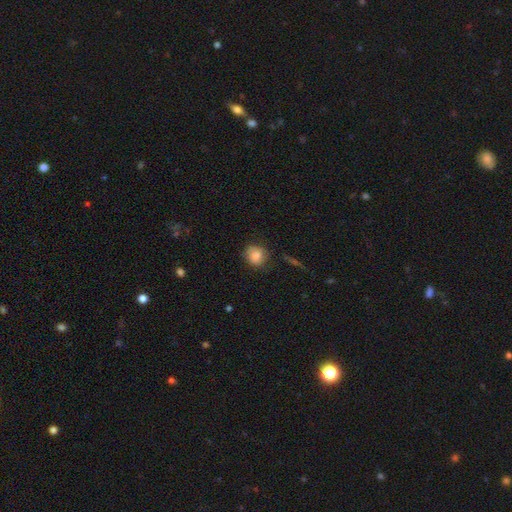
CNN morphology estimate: A smooth galaxy with no disk features (77%) that is round (78%). Merging: none (73%).